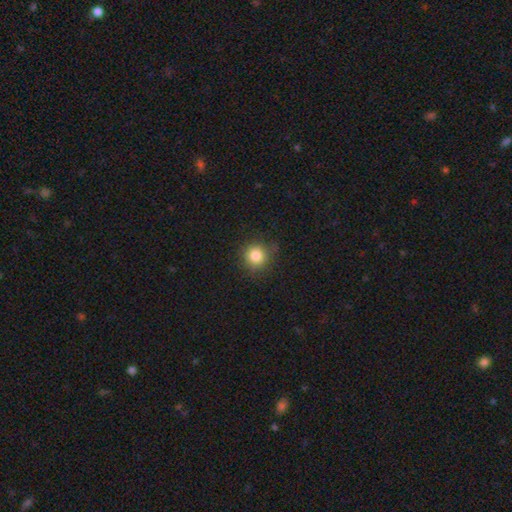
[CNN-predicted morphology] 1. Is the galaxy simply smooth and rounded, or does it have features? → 83% smooth, 11% star or artifact, 5% featured or disk.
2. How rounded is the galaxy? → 93% round, 6% in between, 1% cigar-shaped.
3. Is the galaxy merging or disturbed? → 84% none, 11% minor disturbance, 3% major disturbance, 1% merger.